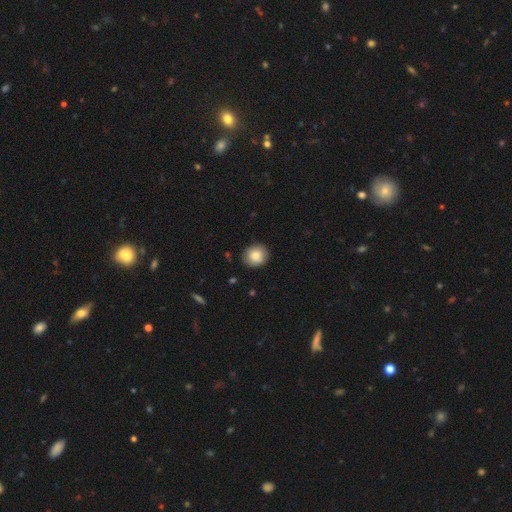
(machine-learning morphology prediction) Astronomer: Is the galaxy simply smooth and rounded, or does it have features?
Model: smooth — 84%.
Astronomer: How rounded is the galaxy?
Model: round — 80%.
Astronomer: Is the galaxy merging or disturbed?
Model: none — 87%.